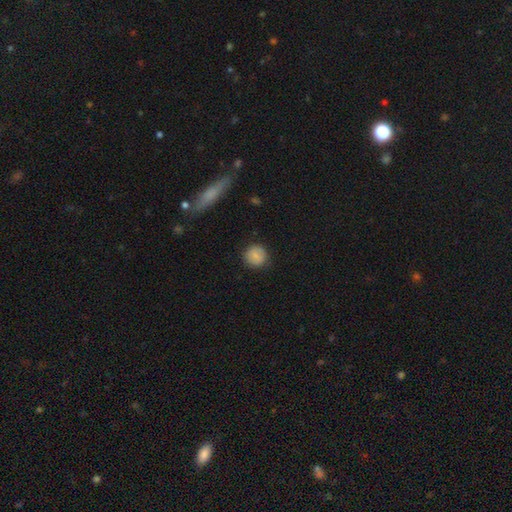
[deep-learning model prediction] smooth_or_featured: smooth (p=0.80) [alt: featured or disk p=0.12]
how_rounded: round (p=0.92) [alt: in between p=0.07]
merging: none (p=0.87) [alt: minor disturbance p=0.09]